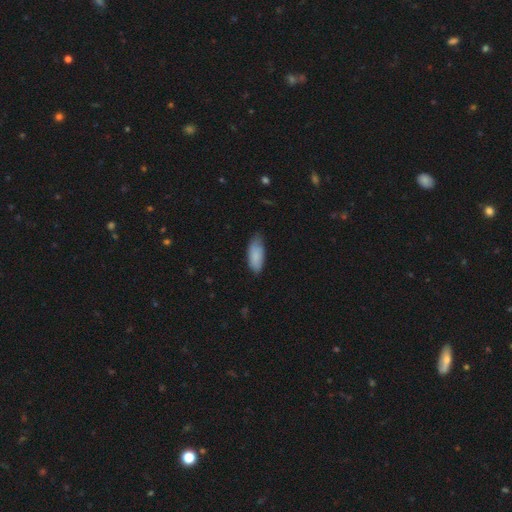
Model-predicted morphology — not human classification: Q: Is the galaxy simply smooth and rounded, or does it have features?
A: smooth — 86%.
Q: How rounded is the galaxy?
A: in between — 83%.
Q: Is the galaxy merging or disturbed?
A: none — 62%.